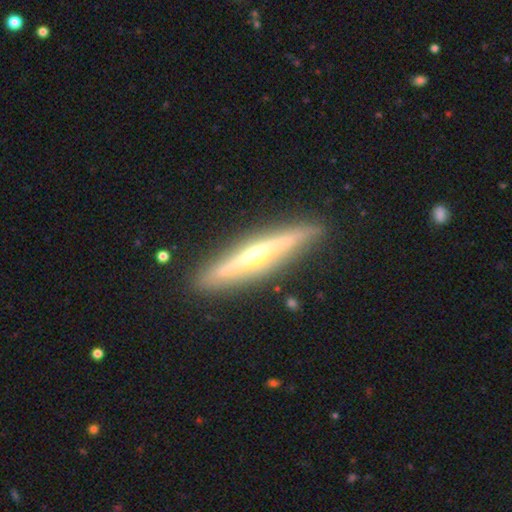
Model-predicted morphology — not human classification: A featured or disk galaxy (77%) viewed edge-on (95%) with a rounded central bulge (85%). Merging: none (88%).